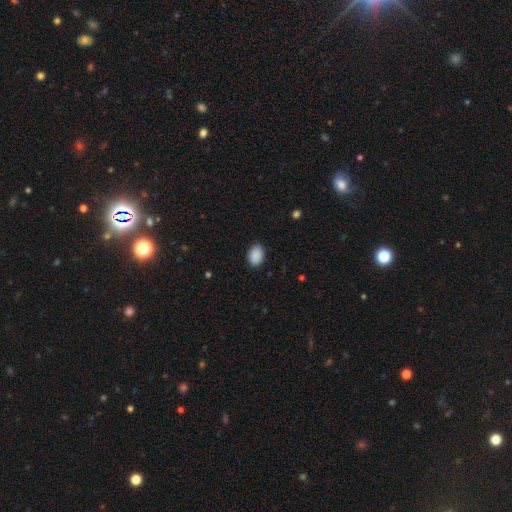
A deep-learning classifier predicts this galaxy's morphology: A smooth galaxy with no disk features (90%) that is in between round and cigar-shaped (73%).

Vote fractions:
- Smooth or featured? smooth: 90% / star or artifact: 8% / featured or disk: 3%
- How rounded? in between: 73% / round: 26% / cigar-shaped: 1%
- Merging? none: 84% / minor disturbance: 13% / major disturbance: 3% / merger: 1%